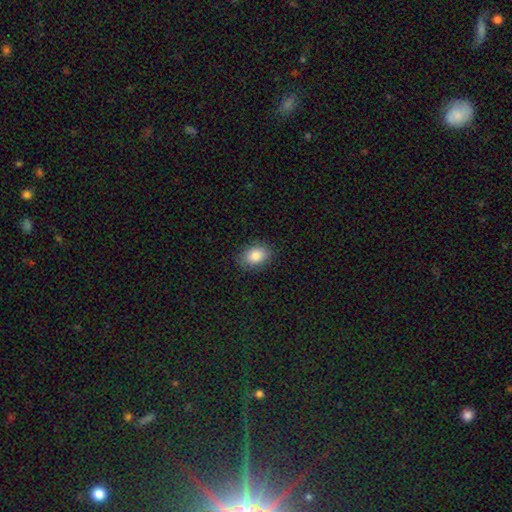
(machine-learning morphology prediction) Smooth or featured? Predicted: smooth (p=0.86). How rounded? Predicted: in between (p=0.79). Merging? Predicted: none (p=0.85).